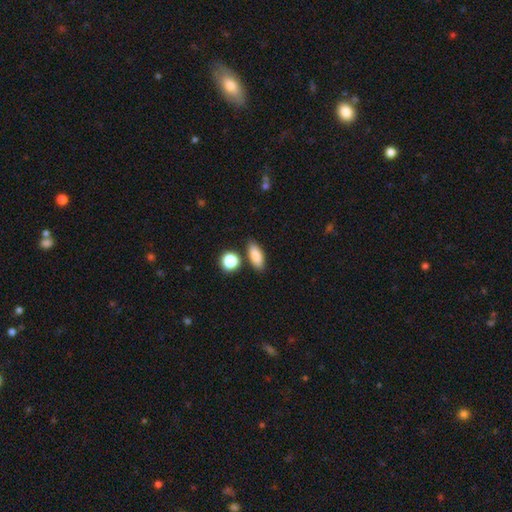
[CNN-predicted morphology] A smooth galaxy with no disk features (85%) that is in between round and cigar-shaped (76%).

Vote fractions:
- Smooth or featured? smooth: 85% / star or artifact: 8% / featured or disk: 7%
- How rounded? in between: 76% / cigar-shaped: 18% / round: 6%
- Merging? none: 81% / minor disturbance: 10% / merger: 7% / major disturbance: 3%